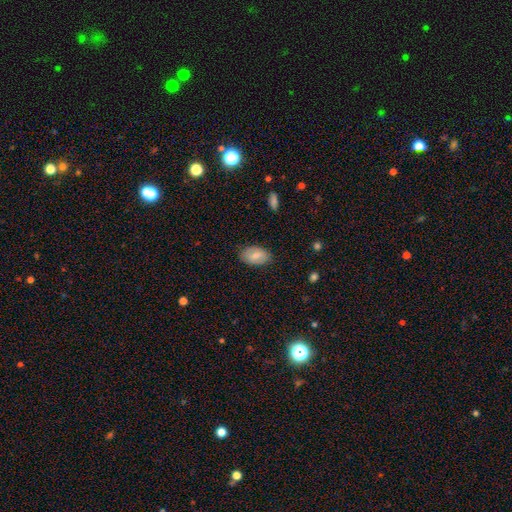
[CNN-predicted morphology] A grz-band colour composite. It shows a smooth galaxy with no disk features (70%) that is in between round and cigar-shaped (92%). Merging: none (82%).